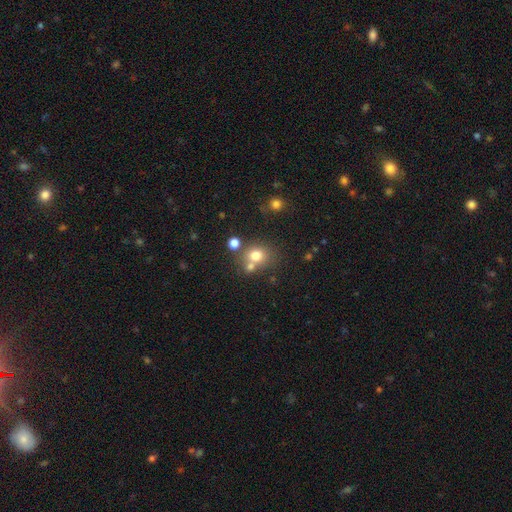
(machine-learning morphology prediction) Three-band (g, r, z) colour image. It shows a smooth galaxy with no disk features (73%) that is round (70%). Merging: none (54%).